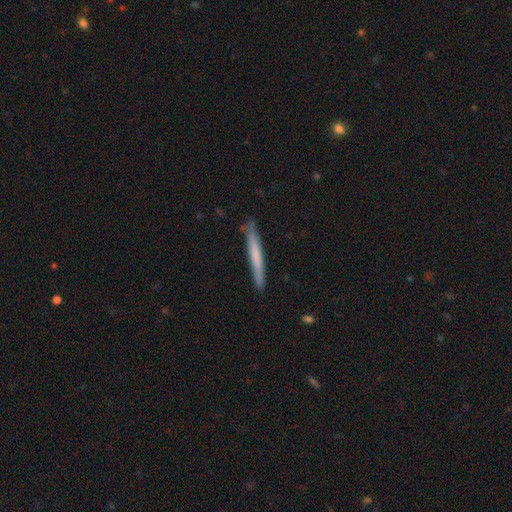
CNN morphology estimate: This appears to be a smooth galaxy with no disk features (60%) that is cigar-shaped (97%). Merging: none (87%).